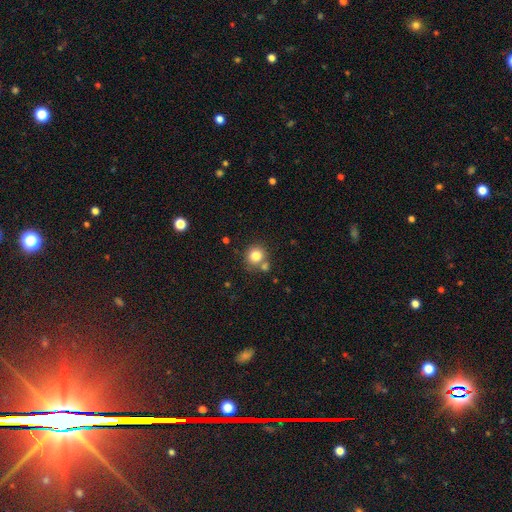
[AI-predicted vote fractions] Smooth or featured: smooth — 81% (star or artifact — 11%)
How rounded: round — 89% (in between — 10%)
Merging: none — 68% (merger — 19%)